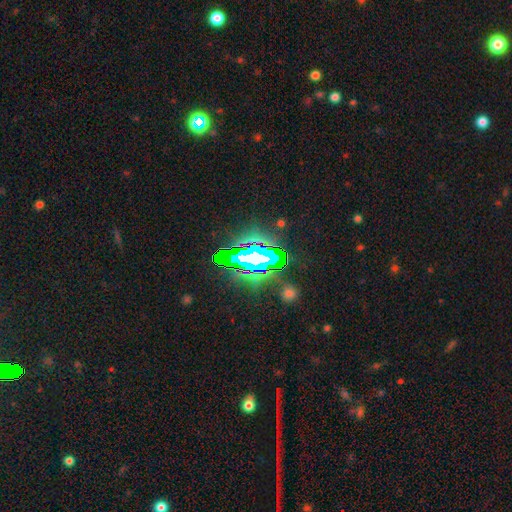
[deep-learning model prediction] This appears to be a star or artifact, not a galaxy (72%).